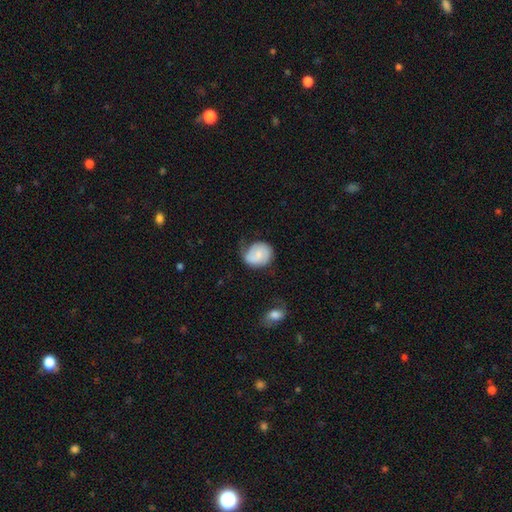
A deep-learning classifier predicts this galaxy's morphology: smooth 52%, featured or disk 41%, star or artifact 7%. Down the decision tree: how rounded — round (64%); merging — none (52%).